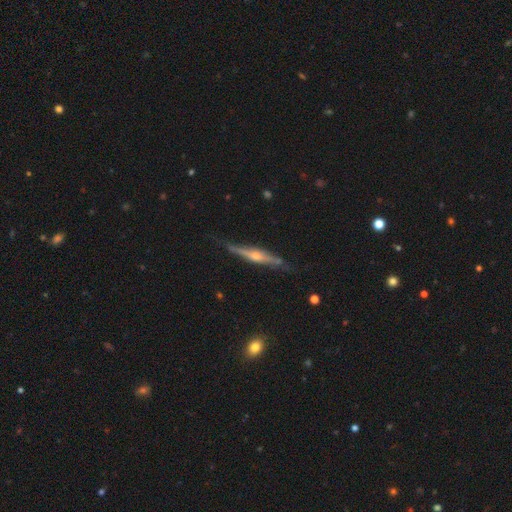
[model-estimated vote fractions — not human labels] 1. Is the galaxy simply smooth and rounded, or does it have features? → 78% featured or disk, 16% smooth, 6% star or artifact.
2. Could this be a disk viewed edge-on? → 96% yes, 4% no.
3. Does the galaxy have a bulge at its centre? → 85% rounded, 8% none, 8% boxy.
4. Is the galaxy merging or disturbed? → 78% none, 17% minor disturbance, 3% major disturbance, 2% merger.